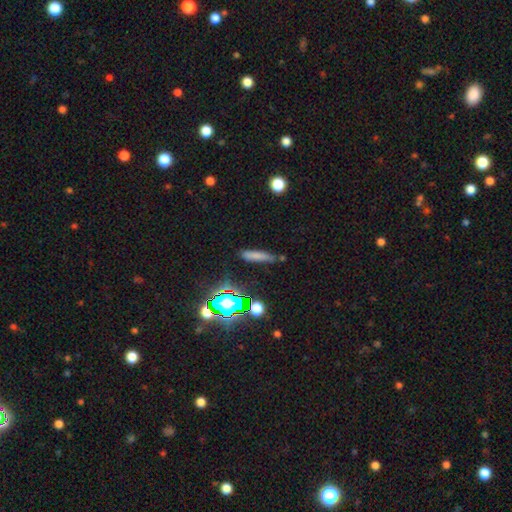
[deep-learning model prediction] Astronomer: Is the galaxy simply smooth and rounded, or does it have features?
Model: smooth — 70%.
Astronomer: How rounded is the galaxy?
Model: cigar-shaped — 83%.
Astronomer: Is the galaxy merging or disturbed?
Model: none — 74%.